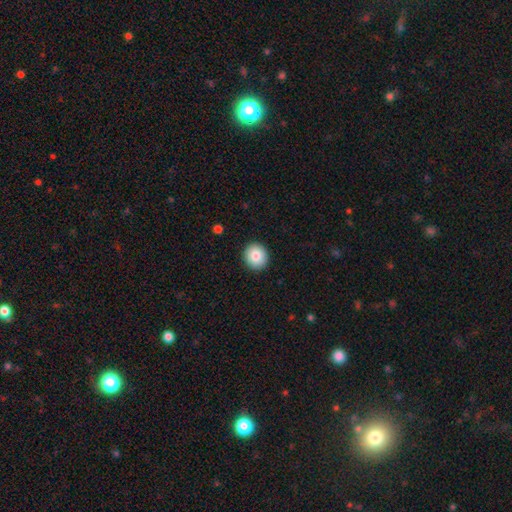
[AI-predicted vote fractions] The model was most divided on "smooth or featured": smooth: 83%, featured or disk: 8%, star or artifact: 8%. More confident: merging — none (92%); how rounded — round (87%).